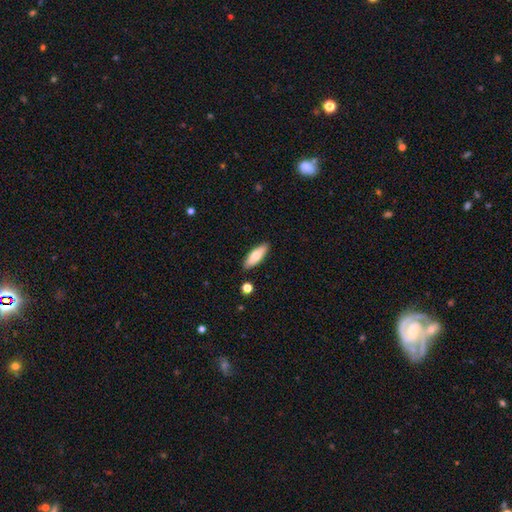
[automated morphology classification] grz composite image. It shows a smooth galaxy with no disk features (67%) that is in between round and cigar-shaped (56%). Merging: none (87%).